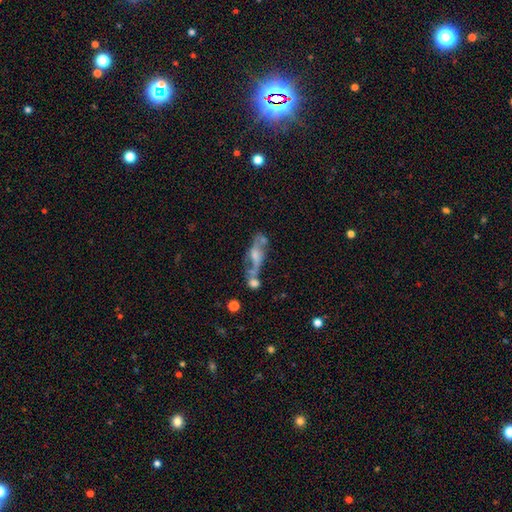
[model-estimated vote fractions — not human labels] Q: Smooth or featured?
A: featured or disk (59%); runner-up: smooth (32%)
Q: Edge-on disk?
A: no (78%); runner-up: yes (22%)
Q: Merging?
A: merger (33%); runner-up: none (32%)